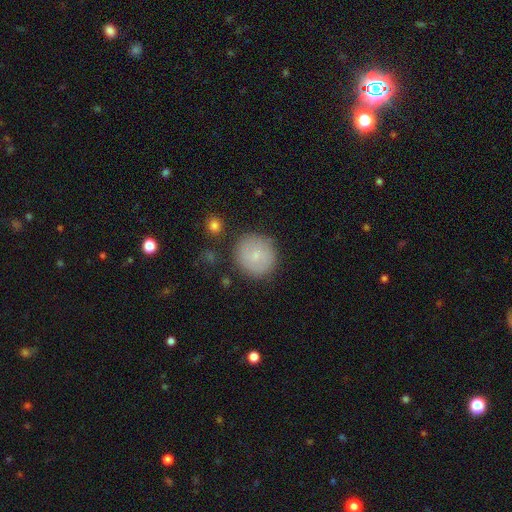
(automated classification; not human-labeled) A smooth galaxy with no disk features (71%) that is round (92%). Merging: none (83%).